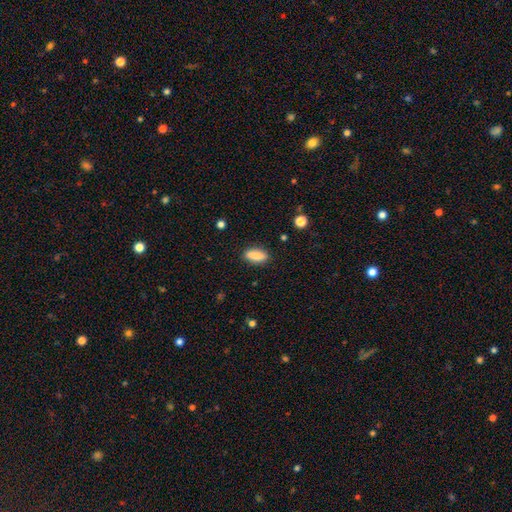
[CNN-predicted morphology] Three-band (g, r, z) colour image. It shows a smooth galaxy with no disk features (83%) that is in between round and cigar-shaped (69%). Merging: none (87%).